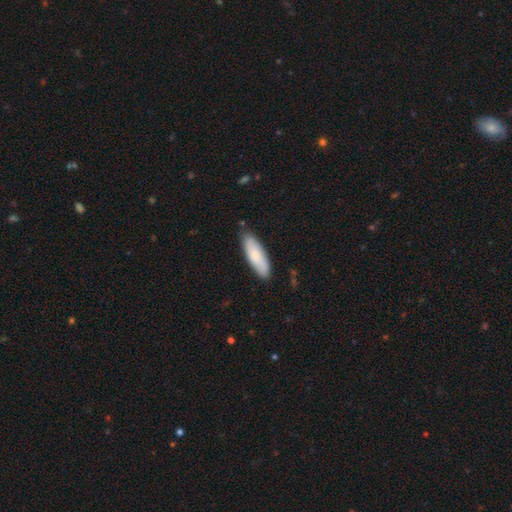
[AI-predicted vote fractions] smooth-or-featured: smooth: 80% | featured or disk: 15% | star or artifact: 6%
  how-rounded: in between: 53% | cigar-shaped: 45% | round: 1%
  merging: none: 83% | minor disturbance: 14% | major disturbance: 2% | merger: 2%